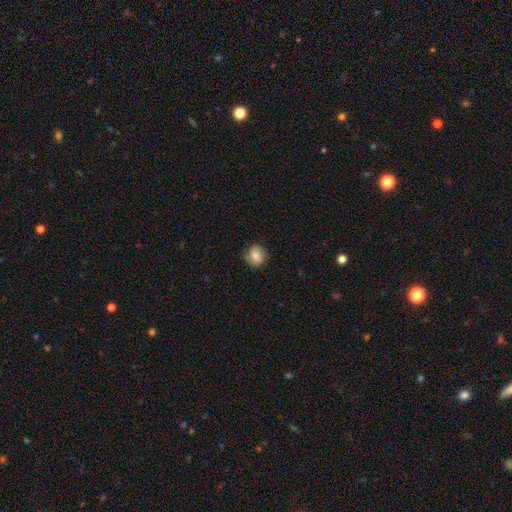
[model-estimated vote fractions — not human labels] smooth_or_featured: smooth (p=0.77) [alt: featured or disk p=0.14]
how_rounded: round (p=0.87) [alt: in between p=0.12]
merging: none (p=0.81) [alt: minor disturbance p=0.15]